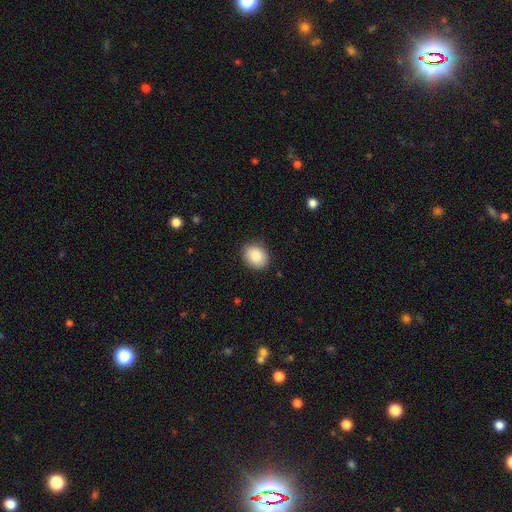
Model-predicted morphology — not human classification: smooth 88%, star or artifact 7%, featured or disk 5%. Down the decision tree: how rounded — in between (54%); merging — none (87%).